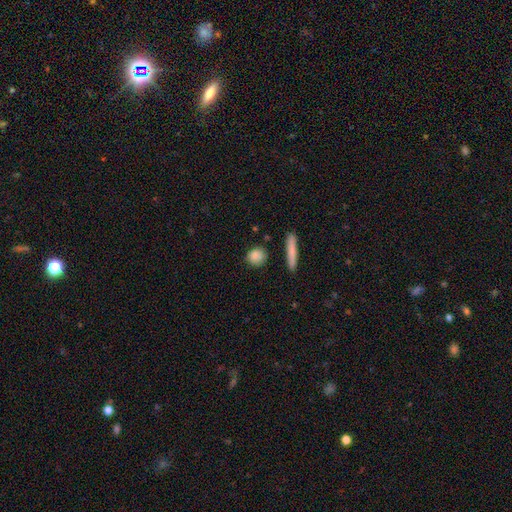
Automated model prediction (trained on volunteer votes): The model was most divided on "how rounded": round: 72%, in between: 20%, cigar-shaped: 8%. More confident: smooth or featured — smooth (82%); merging — none (79%).